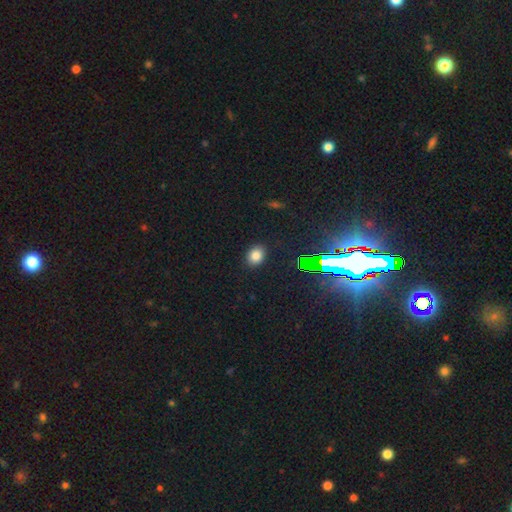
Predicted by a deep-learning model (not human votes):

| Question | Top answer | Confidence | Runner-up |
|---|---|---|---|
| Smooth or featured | smooth | 79% | star or artifact (15%) |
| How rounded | in between | 53% | round (46%) |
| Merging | none | 88% | minor disturbance (8%) |